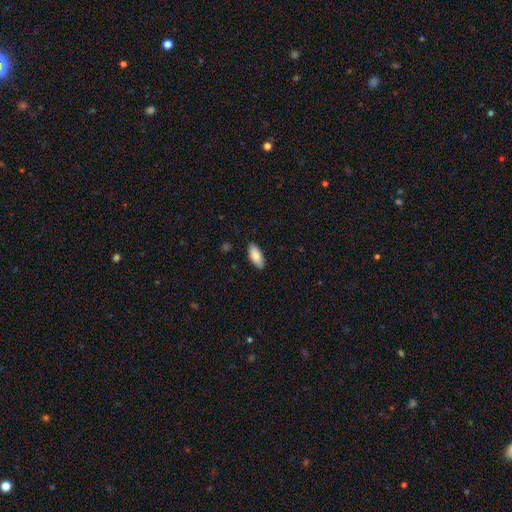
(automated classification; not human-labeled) This appears to be a smooth galaxy with no disk features (81%) that is in between round and cigar-shaped (88%). Merging: none (86%).